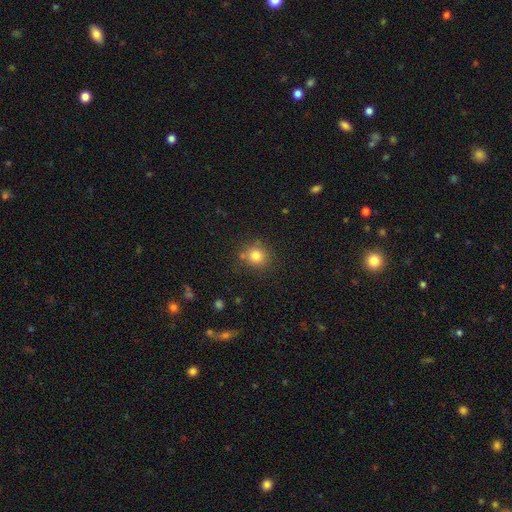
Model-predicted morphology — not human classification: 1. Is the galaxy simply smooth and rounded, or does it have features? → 81% smooth, 12% star or artifact, 7% featured or disk.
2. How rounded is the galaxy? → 85% round, 14% in between, 1% cigar-shaped.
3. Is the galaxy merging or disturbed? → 77% none, 12% minor disturbance, 7% merger, 4% major disturbance.